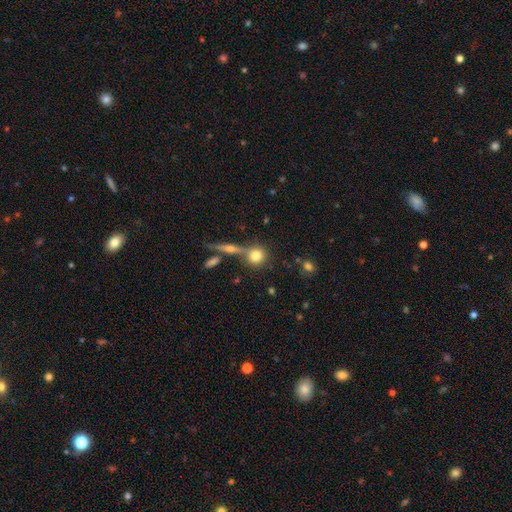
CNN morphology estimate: This appears to be a smooth galaxy with no disk features (75%) that is round (85%). Merging: none (62%).